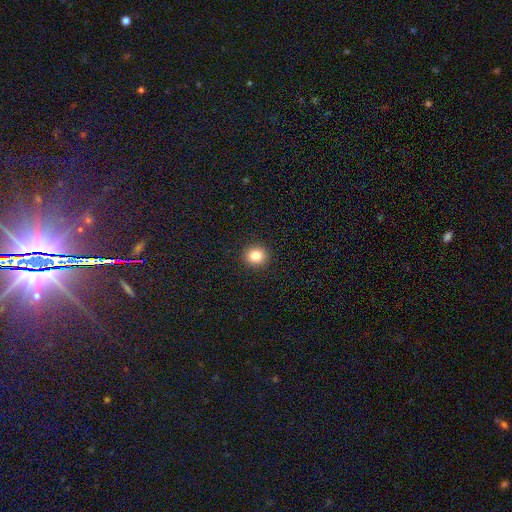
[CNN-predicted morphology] This appears to be a smooth galaxy with no disk features (84%) that is round (87%). Merging: none (92%).